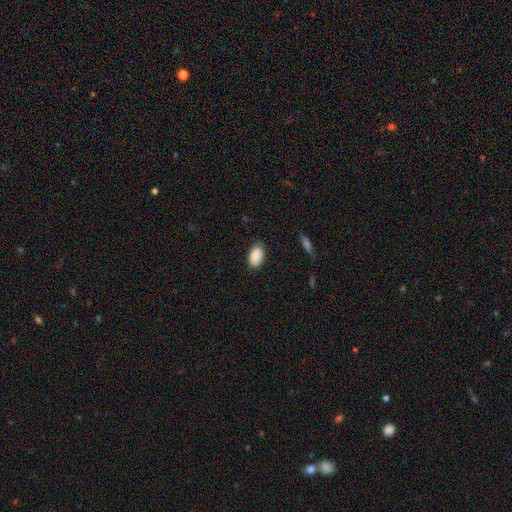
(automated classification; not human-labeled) Smooth or featured?
  - smooth: 87% *
  - star or artifact: 7%
  - featured or disk: 6%
How rounded?
  - in between: 93% *
  - round: 6%
  - cigar-shaped: 2%
Merging?
  - none: 83% *
  - minor disturbance: 14%
  - major disturbance: 2%
  - merger: 1%